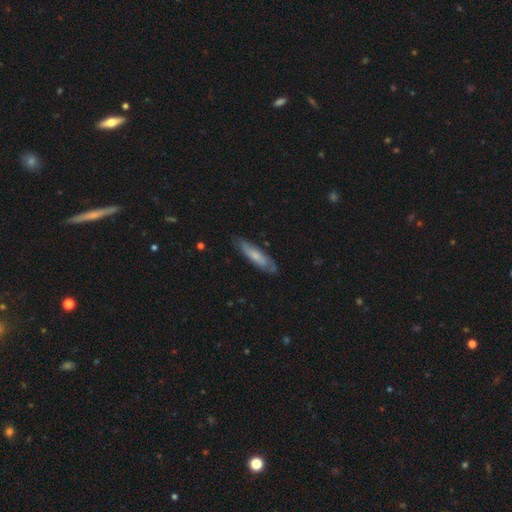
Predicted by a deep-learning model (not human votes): Smooth or featured: smooth — 57% (featured or disk — 37%)
How rounded: cigar-shaped — 74% (in between — 25%)
Merging: none — 74% (minor disturbance — 20%)